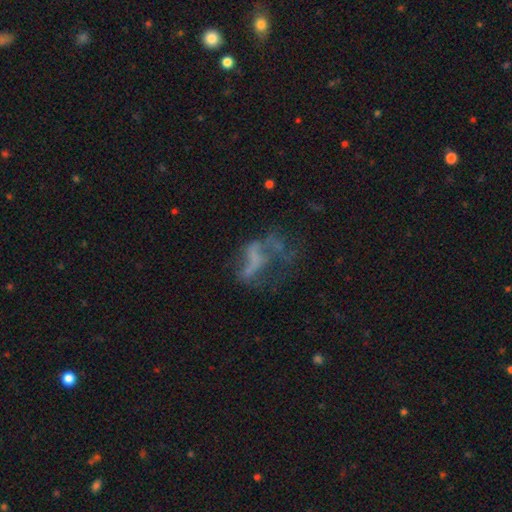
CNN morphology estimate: This is possibly a featured or disk galaxy (52%). It is clearly not viewed edge-on (96%). Bar: clearly no (81%). Spiral arm pattern: clearly no (86%). Central bulge: likely none (79%). Merging: marginally major disturbance (43%).